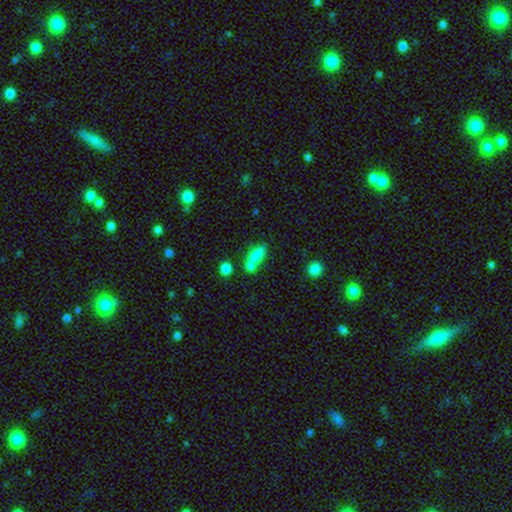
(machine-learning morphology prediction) Smooth or featured? Predicted: smooth (p=0.74). How rounded? Predicted: in between (p=0.67). Merging? Predicted: merger (p=0.44).